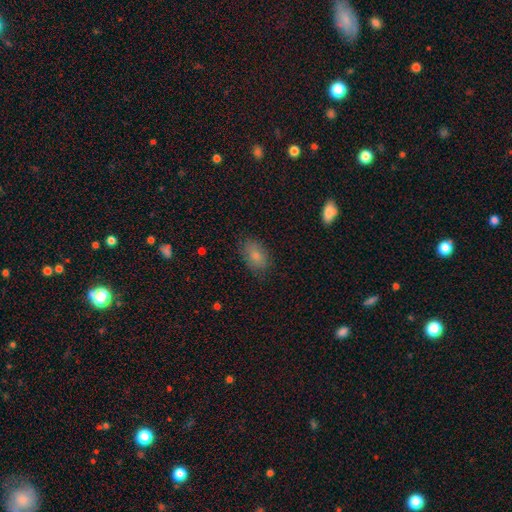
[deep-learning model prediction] This is clearly a smooth galaxy (81%). How rounded: clearly in between (88%). Merging: likely none (79%).